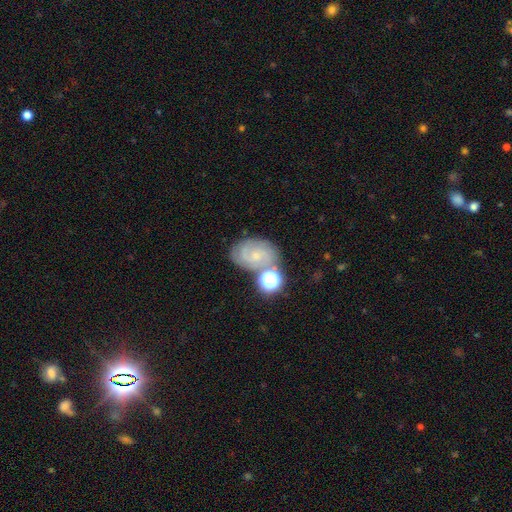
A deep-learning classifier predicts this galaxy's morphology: Q: Smooth or featured?
A: featured or disk (60%); runner-up: smooth (24%)
Q: Edge-on disk?
A: no (97%); runner-up: yes (3%)
Q: Bar?
A: no (70%); runner-up: weak (25%)
Q: Spiral arms?
A: yes (90%); runner-up: no (10%)
Q: Spiral winding?
A: tight (61%); runner-up: medium (31%)
Q: Spiral arm count?
A: can't tell (35%); runner-up: 2 (27%)
Q: Bulge size?
A: small (73%); runner-up: moderate (20%)
Q: Merging?
A: none (62%); runner-up: minor disturbance (17%)